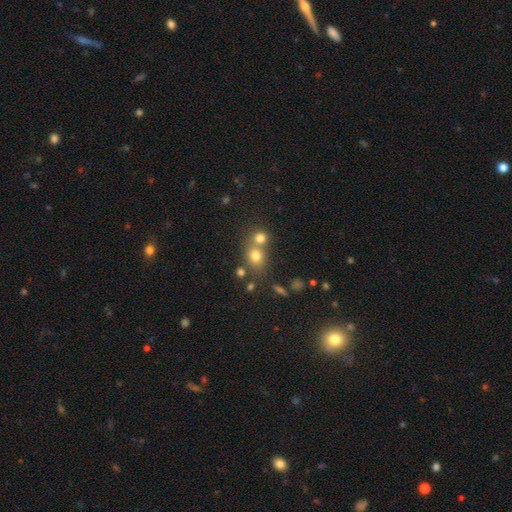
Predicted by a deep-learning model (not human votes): Smooth or featured? Predicted: smooth (p=0.71). How rounded? Predicted: round (p=0.71). Merging? Predicted: none (p=0.46).